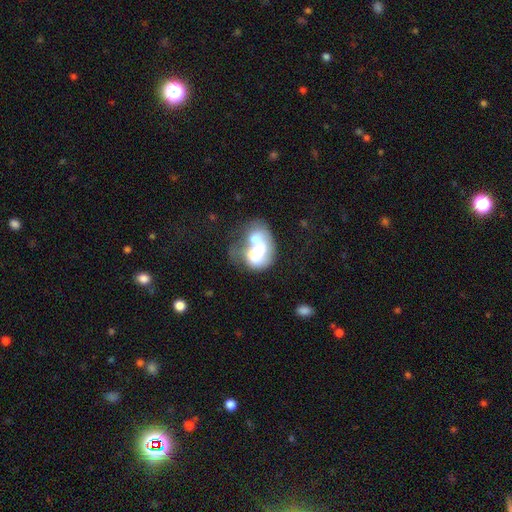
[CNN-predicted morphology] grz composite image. It shows a featured or disk galaxy (51%). Merging: merger (53%).